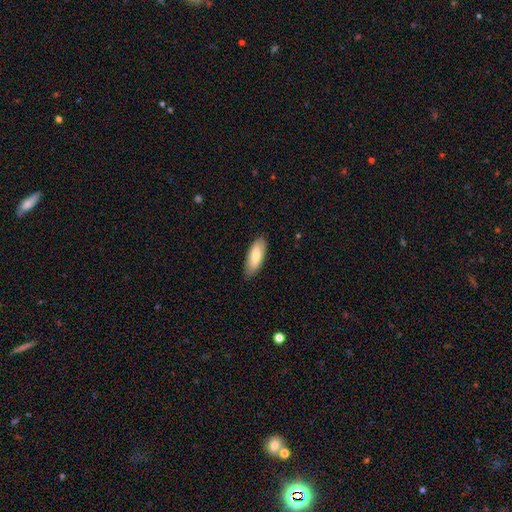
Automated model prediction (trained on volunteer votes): This appears to be a smooth galaxy with no disk features (76%) that is in between round and cigar-shaped (74%). Merging: none (85%).